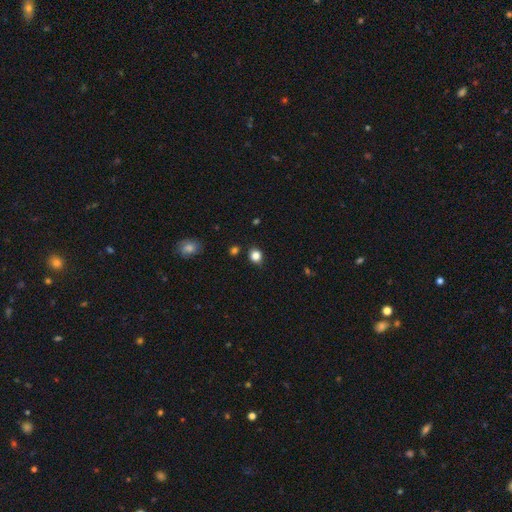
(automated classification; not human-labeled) This appears to be a smooth galaxy with no disk features (83%) that is round (69%). Merging: none (85%).